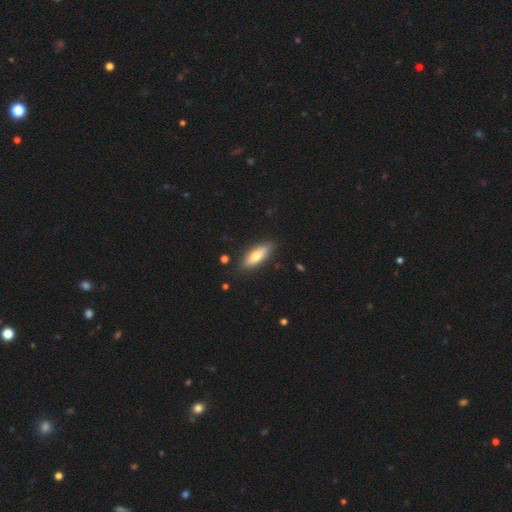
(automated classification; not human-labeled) The model was most divided on "how rounded": in between: 63%, cigar-shaped: 35%, round: 2%. More confident: merging — none (85%); smooth or featured — smooth (69%).